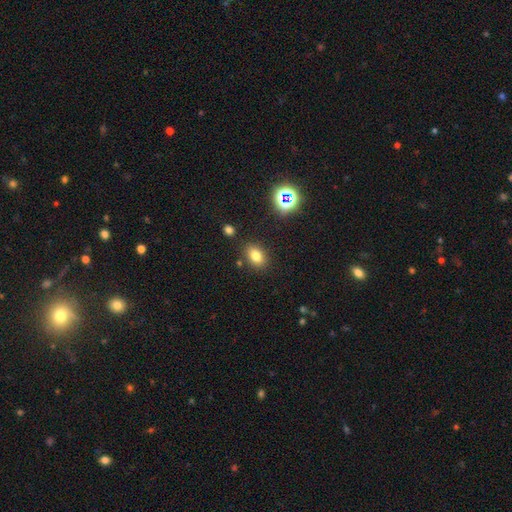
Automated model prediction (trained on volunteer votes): This is likely a smooth galaxy (77%). How rounded: likely in between (75%). Merging: clearly none (82%).